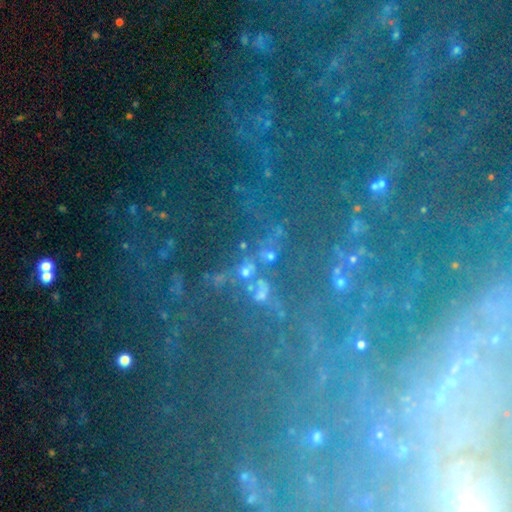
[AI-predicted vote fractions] Morphology: type=star or artifact (64%).